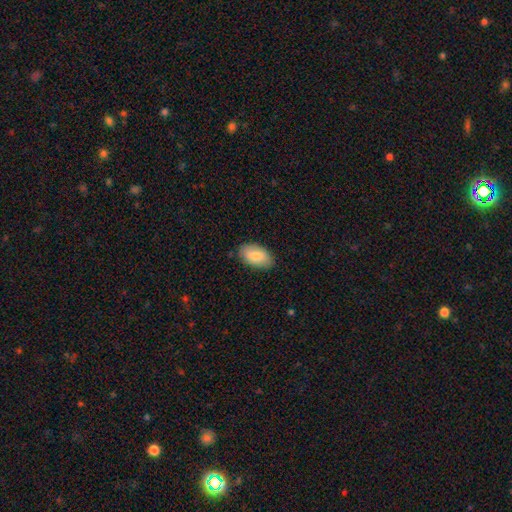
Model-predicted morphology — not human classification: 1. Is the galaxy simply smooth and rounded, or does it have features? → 82% smooth, 11% featured or disk, 6% star or artifact.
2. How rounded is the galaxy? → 94% in between, 4% round, 2% cigar-shaped.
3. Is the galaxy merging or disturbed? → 84% none, 13% minor disturbance, 2% major disturbance, 1% merger.